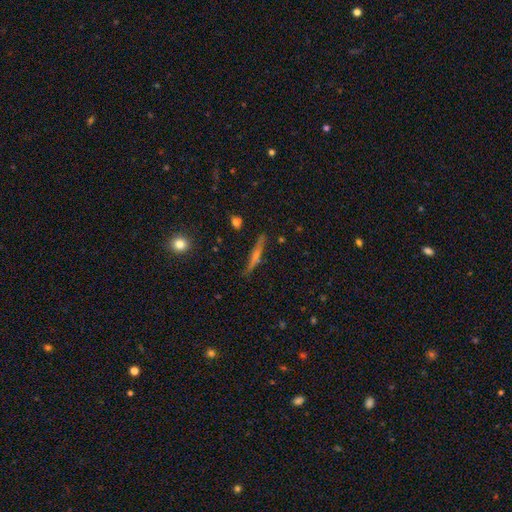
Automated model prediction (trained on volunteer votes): Smooth or featured: featured or disk — 66% (smooth — 25%)
Edge-on disk: yes — 97% (no — 3%)
Edge-on bulge: rounded — 70% (none — 21%)
Merging: none — 88% (minor disturbance — 9%)